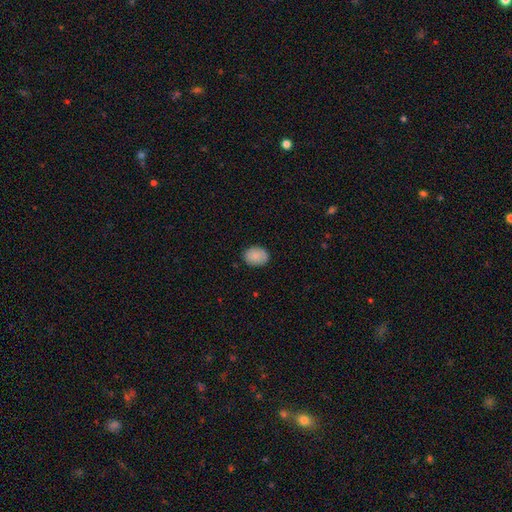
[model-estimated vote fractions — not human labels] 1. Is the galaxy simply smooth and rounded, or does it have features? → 87% smooth, 7% star or artifact, 6% featured or disk.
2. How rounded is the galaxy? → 65% in between, 34% round, 1% cigar-shaped.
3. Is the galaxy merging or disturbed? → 85% none, 12% minor disturbance, 2% major disturbance, 1% merger.